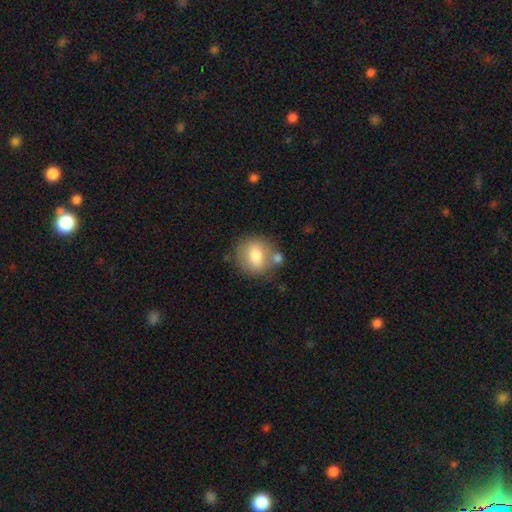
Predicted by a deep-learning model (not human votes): Smooth or featured: smooth — 75% (featured or disk — 17%)
How rounded: round — 75% (in between — 24%)
Merging: none — 64% (minor disturbance — 16%)